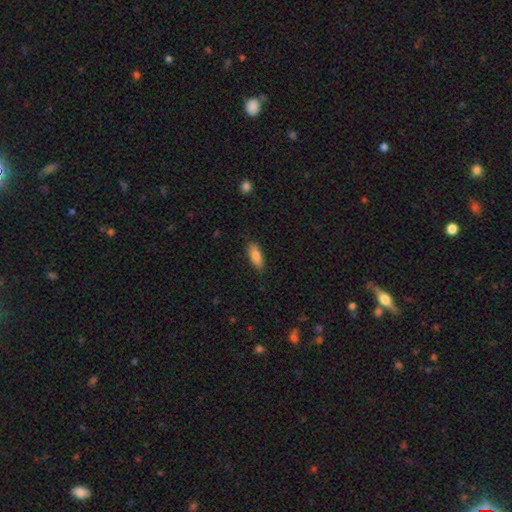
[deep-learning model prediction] Smooth or featured: smooth — 84% (featured or disk — 9%)
How rounded: in between — 71% (cigar-shaped — 27%)
Merging: none — 84% (minor disturbance — 13%)